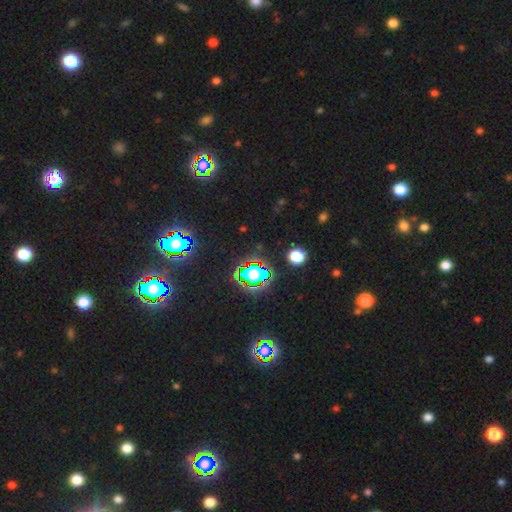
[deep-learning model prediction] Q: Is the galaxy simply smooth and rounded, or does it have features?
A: star or artifact — 80%.